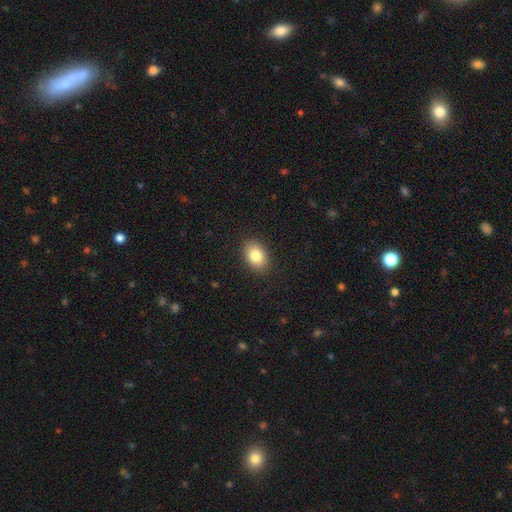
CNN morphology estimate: This appears to be a smooth galaxy with no disk features (84%) that is in between round and cigar-shaped (84%). Merging: none (88%).